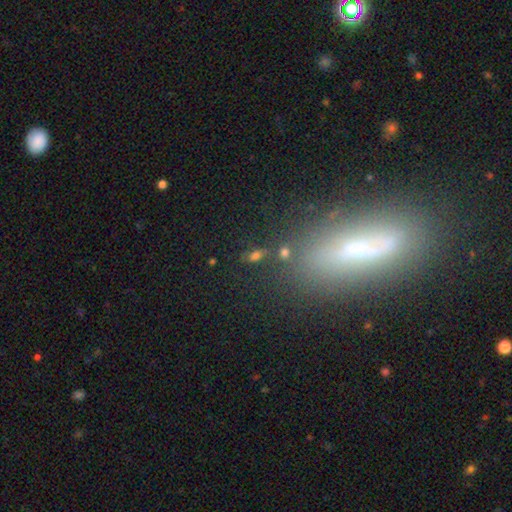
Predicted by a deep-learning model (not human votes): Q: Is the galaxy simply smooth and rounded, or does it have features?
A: smooth — 62%.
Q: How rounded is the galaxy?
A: in between — 70%.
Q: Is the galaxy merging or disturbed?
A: none — 64%.